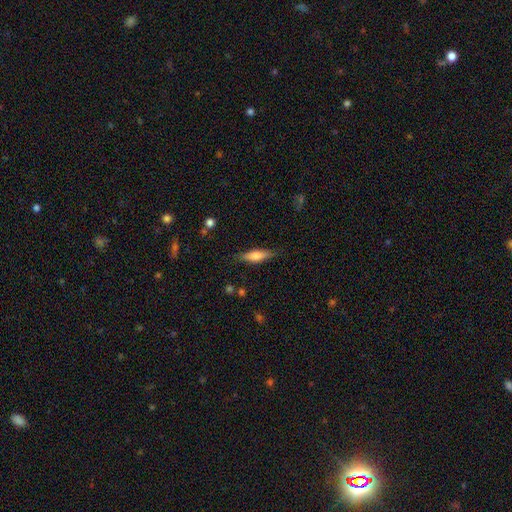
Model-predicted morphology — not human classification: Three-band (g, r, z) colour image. It shows a smooth galaxy with no disk features (60%) that is cigar-shaped (61%). Merging: none (82%).